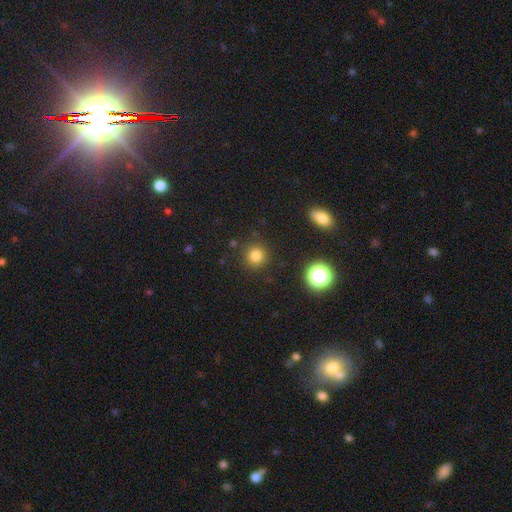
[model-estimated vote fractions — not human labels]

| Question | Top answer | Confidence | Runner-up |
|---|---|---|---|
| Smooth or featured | smooth | 79% | star or artifact (15%) |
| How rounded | round | 93% | in between (6%) |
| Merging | none | 88% | minor disturbance (7%) |